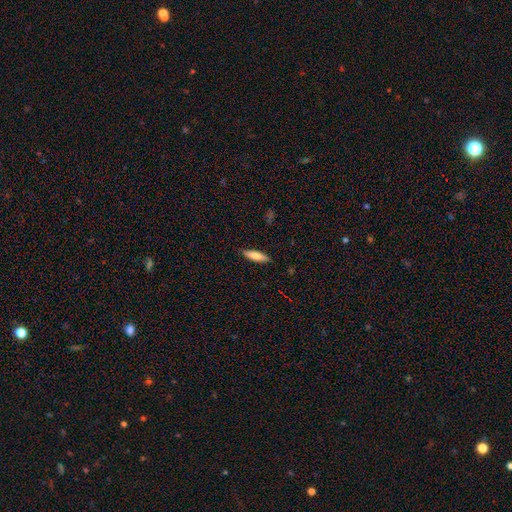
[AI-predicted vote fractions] Smooth or featured? smooth (76%)
How rounded? cigar-shaped (65%)
Merging? none (88%)